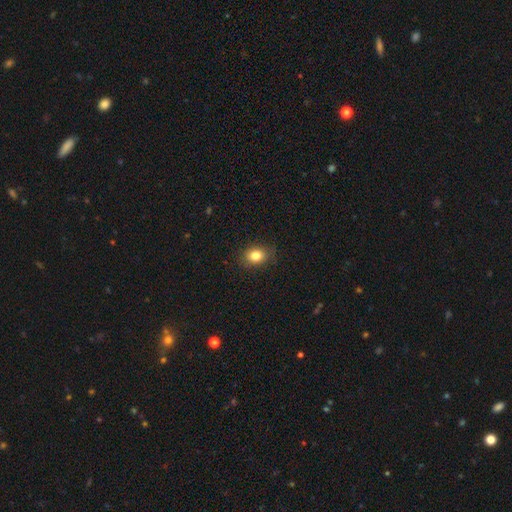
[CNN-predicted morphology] This is clearly a smooth galaxy (83%). How rounded: possibly in between (58%). Merging: clearly none (84%).